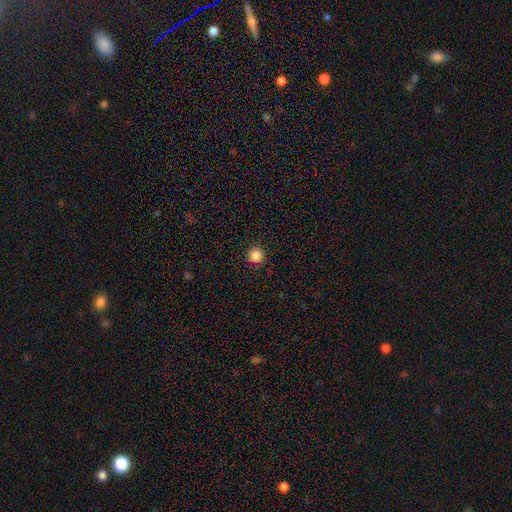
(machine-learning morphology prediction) This is clearly a smooth galaxy (85%). How rounded: clearly round (94%). Merging: clearly none (91%).